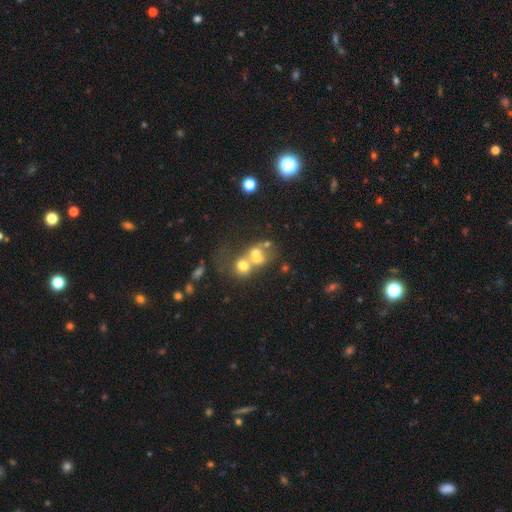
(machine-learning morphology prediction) A smooth galaxy with no disk features (53%) that is round (68%). Merging: merger (60%).